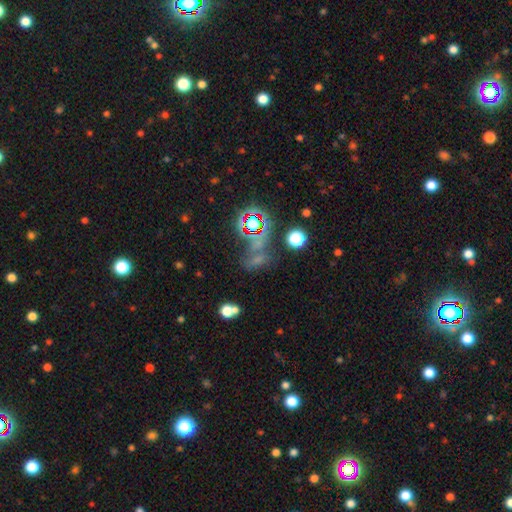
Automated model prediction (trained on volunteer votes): Smooth or featured?
  - star or artifact: 65% *
  - smooth: 24%
  - featured or disk: 11%